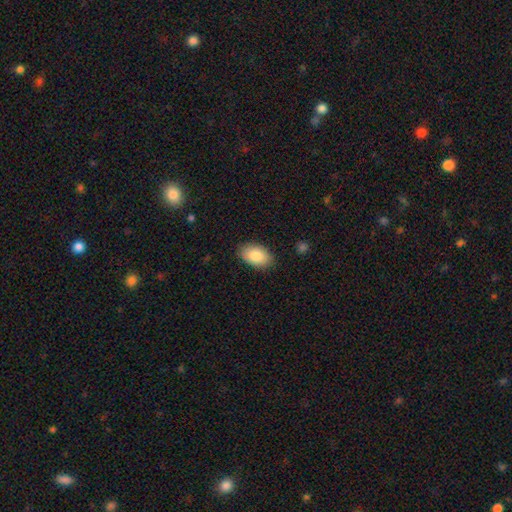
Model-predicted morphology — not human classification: This appears to be a smooth galaxy with no disk features (86%) that is in between round and cigar-shaped (93%). Merging: none (86%).